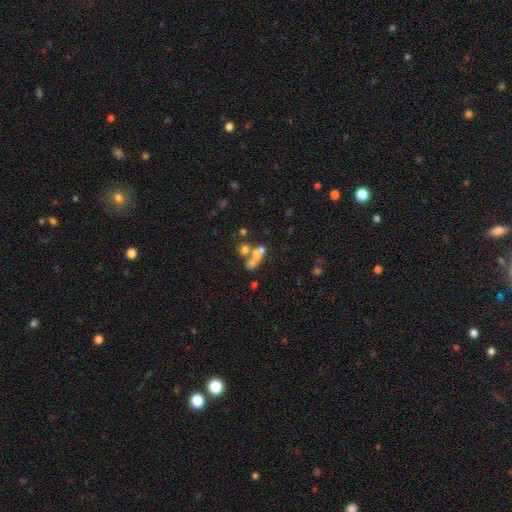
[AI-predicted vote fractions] Q: Smooth or featured?
A: smooth (47%); runner-up: featured or disk (34%)
Q: Merging?
A: merger (53%); runner-up: none (27%)